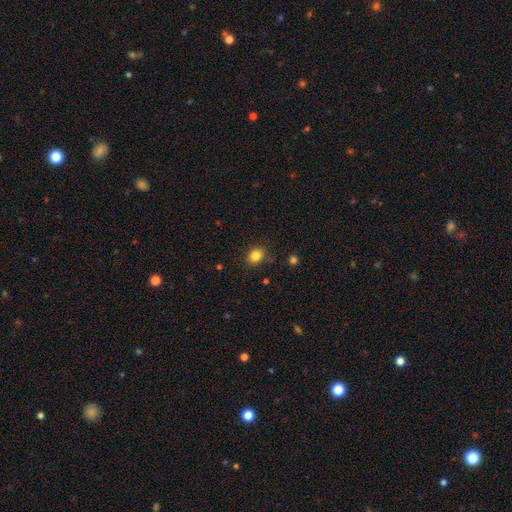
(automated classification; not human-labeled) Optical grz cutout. It shows a smooth galaxy with no disk features (84%) that is round (53%). Merging: none (86%).